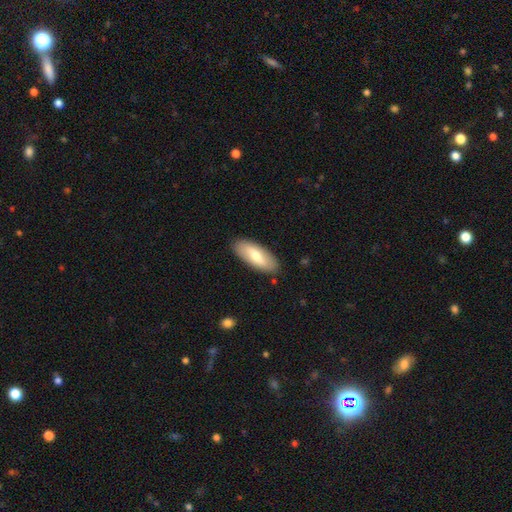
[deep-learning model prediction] Smooth or featured? Predicted: smooth (p=0.63). How rounded? Predicted: in between (p=0.80). Merging? Predicted: none (p=0.88).